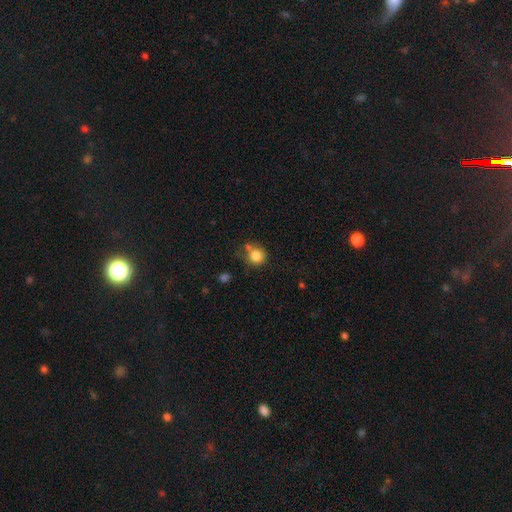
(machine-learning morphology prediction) Q: Smooth or featured?
A: smooth (82%); runner-up: star or artifact (10%)
Q: How rounded?
A: round (88%); runner-up: in between (11%)
Q: Merging?
A: none (61%); runner-up: minor disturbance (17%)